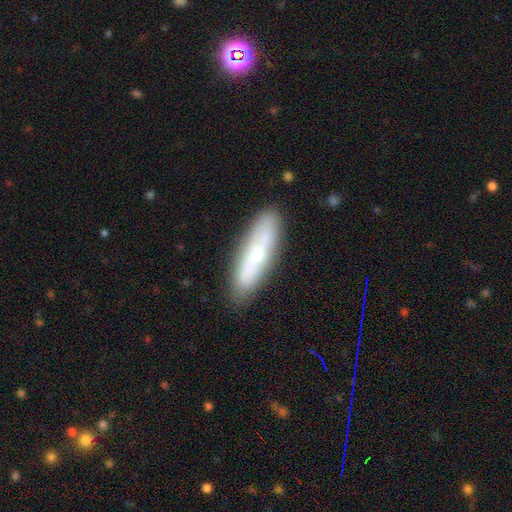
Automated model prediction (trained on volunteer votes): A smooth galaxy with no disk features (49%). Merging: none (80%).